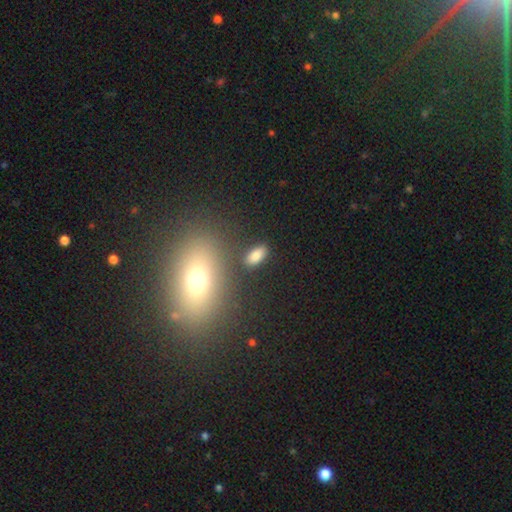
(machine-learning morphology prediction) Smooth or featured? smooth (84%)
How rounded? in between (89%)
Merging? none (83%)